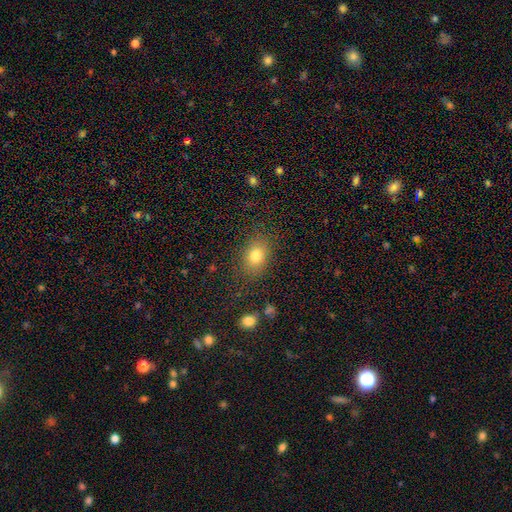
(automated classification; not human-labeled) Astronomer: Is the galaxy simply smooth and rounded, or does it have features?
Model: smooth — 80%.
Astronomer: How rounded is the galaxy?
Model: in between — 71%.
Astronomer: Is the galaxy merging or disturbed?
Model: none — 82%.